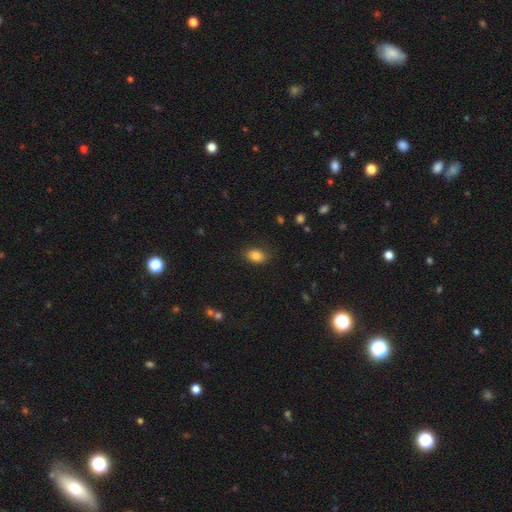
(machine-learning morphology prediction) The model was most divided on "how rounded": in between: 81%, round: 18%, cigar-shaped: 1%. More confident: smooth or featured — smooth (84%); merging — none (81%).